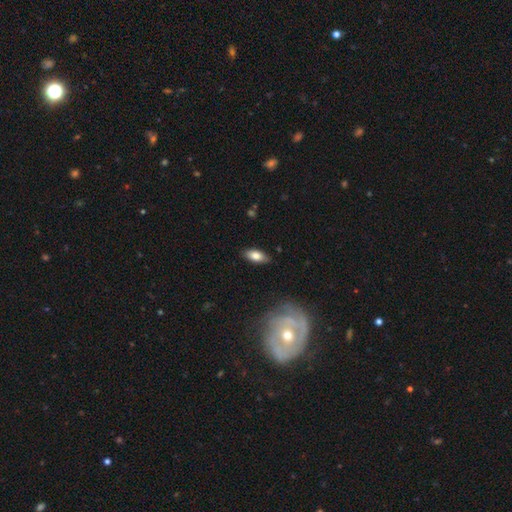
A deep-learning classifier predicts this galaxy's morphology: Smooth or featured? smooth (78%)
How rounded? in between (87%)
Merging? none (85%)